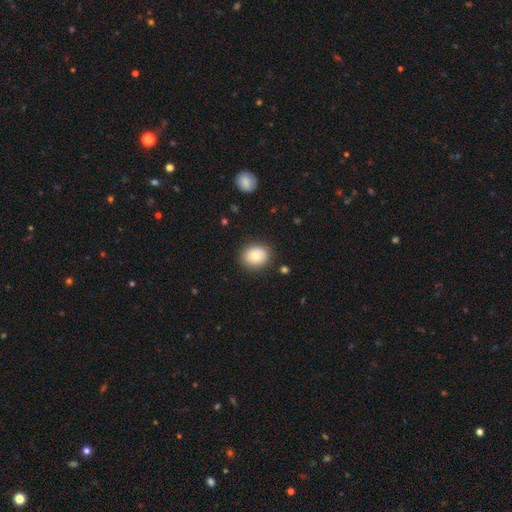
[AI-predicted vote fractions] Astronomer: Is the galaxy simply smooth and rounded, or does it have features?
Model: smooth — 79%.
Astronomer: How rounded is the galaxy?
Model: round — 64%.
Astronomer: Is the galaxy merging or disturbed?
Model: none — 86%.